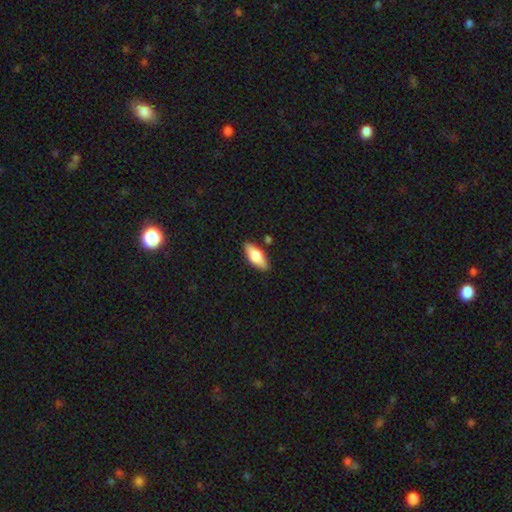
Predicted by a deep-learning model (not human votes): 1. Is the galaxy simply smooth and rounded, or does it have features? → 65% smooth, 29% featured or disk, 6% star or artifact.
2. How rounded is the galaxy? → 76% in between, 21% cigar-shaped, 3% round.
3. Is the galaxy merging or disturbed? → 85% none, 10% minor disturbance, 2% merger, 2% major disturbance.